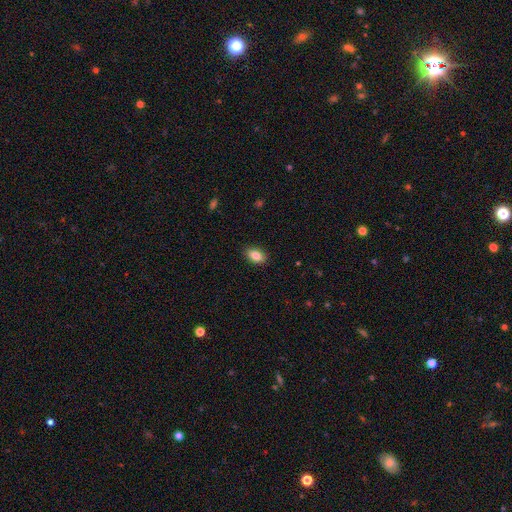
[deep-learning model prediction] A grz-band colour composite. It shows a smooth galaxy with no disk features (85%) that is in between round and cigar-shaped (89%). Merging: none (89%).